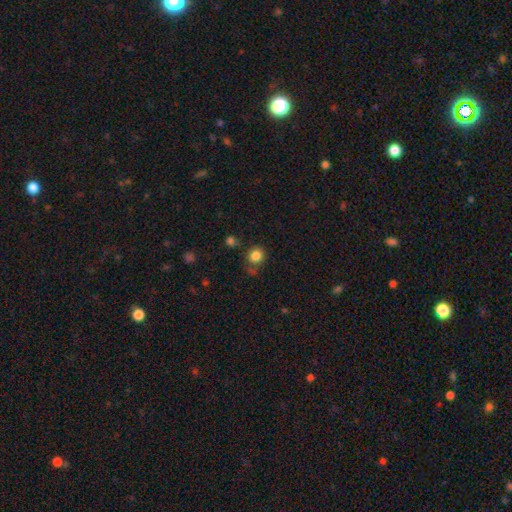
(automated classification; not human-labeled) The model was most divided on "merging": none: 73%, minor disturbance: 14%, merger: 8%, major disturbance: 5%. More confident: how rounded — round (84%); smooth or featured — smooth (84%).